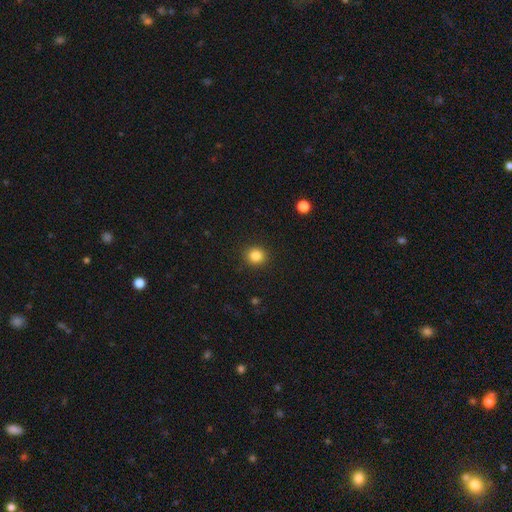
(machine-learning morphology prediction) Overall: smooth (84%). How rounded: round (87%). Merging: none (91%).